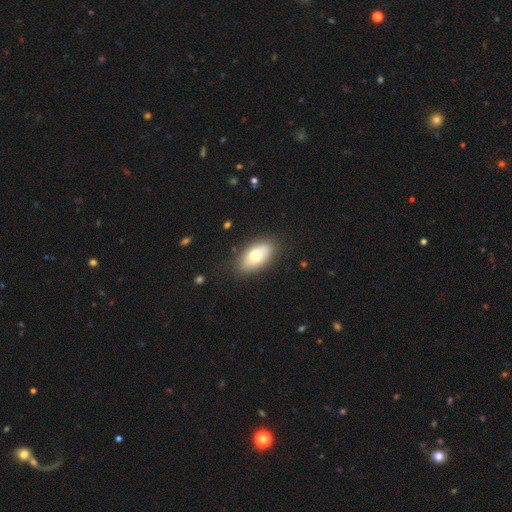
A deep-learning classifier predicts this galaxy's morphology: Overall: smooth (70%). How rounded: in between (92%). Merging: none (83%).